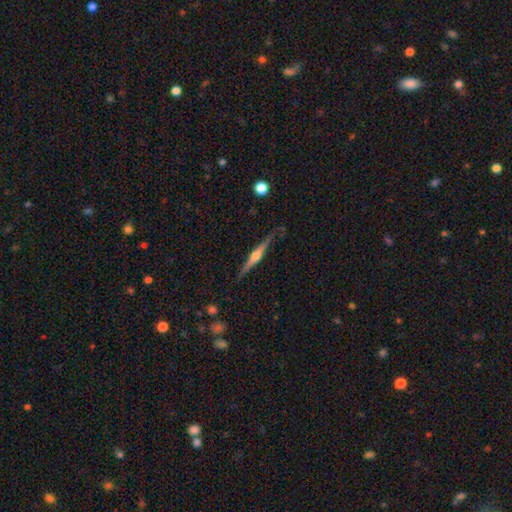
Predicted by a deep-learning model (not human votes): Q: Smooth or featured?
A: featured or disk (79%); runner-up: smooth (15%)
Q: Edge-on disk?
A: yes (98%); runner-up: no (2%)
Q: Edge-on bulge?
A: rounded (92%); runner-up: boxy (5%)
Q: Merging?
A: none (83%); runner-up: minor disturbance (13%)